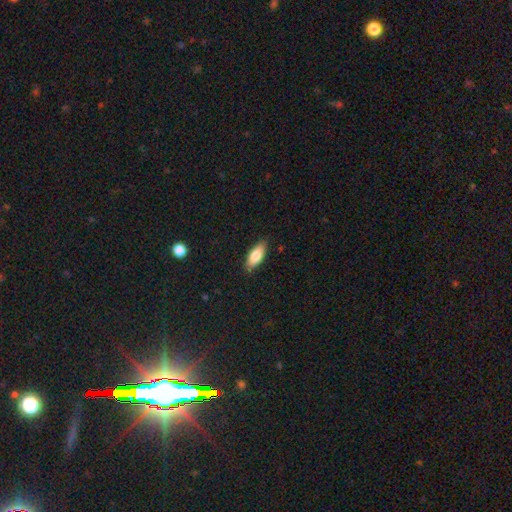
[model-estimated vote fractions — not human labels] smooth-or-featured: smooth: 80% | featured or disk: 13% | star or artifact: 6%
  how-rounded: in between: 78% | cigar-shaped: 20% | round: 2%
  merging: none: 86% | minor disturbance: 11% | major disturbance: 2% | merger: 1%